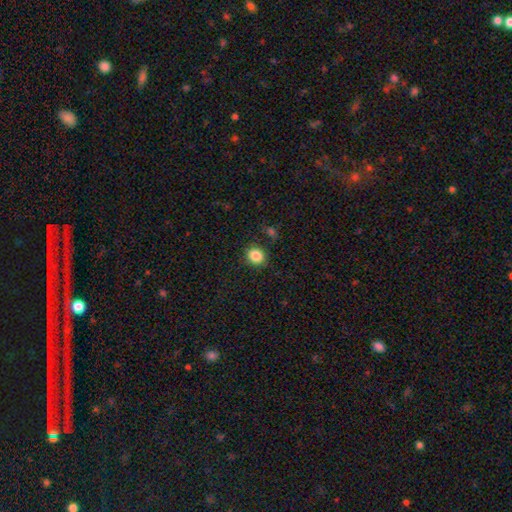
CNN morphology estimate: Smooth or featured? Predicted: smooth (p=0.86). How rounded? Predicted: round (p=0.73). Merging? Predicted: none (p=0.85).